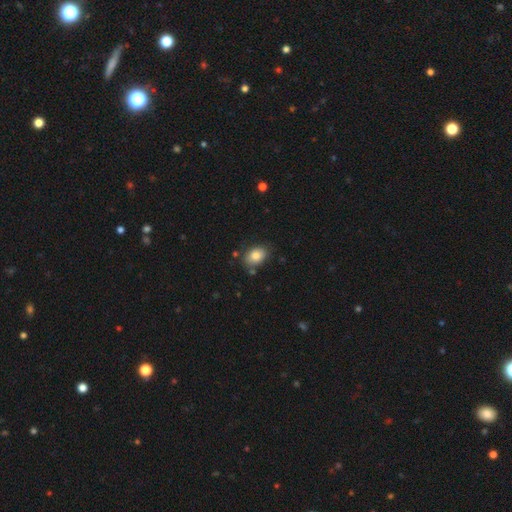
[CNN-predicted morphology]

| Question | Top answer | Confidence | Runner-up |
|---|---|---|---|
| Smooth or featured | smooth | 84% | star or artifact (8%) |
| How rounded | in between | 76% | round (23%) |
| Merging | none | 77% | minor disturbance (16%) |